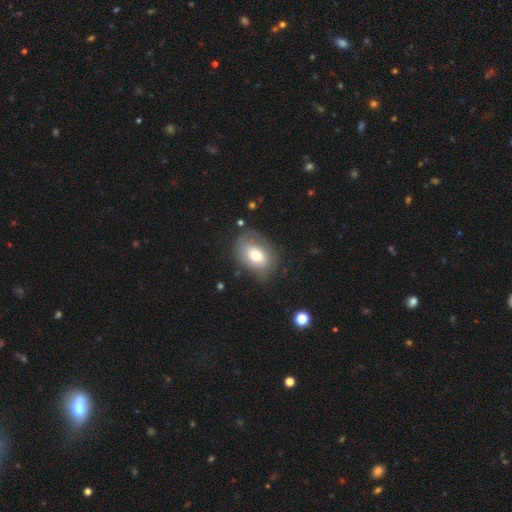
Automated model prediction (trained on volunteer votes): Smooth or featured: smooth — 68% (featured or disk — 24%)
How rounded: in between — 74% (round — 25%)
Merging: none — 65% (minor disturbance — 23%)